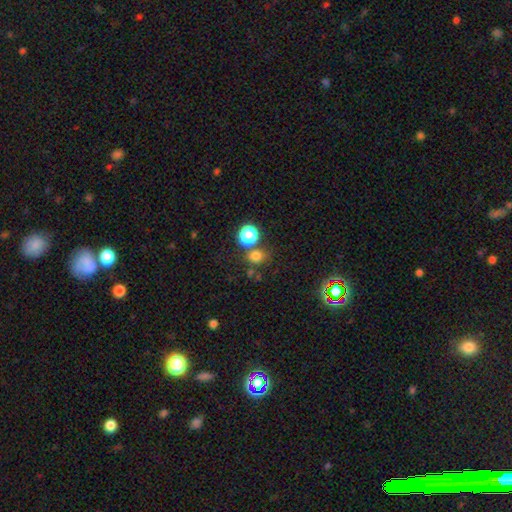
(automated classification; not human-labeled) smooth 75%, star or artifact 19%, featured or disk 7%. Down the decision tree: how rounded — round (75%); merging — none (65%).